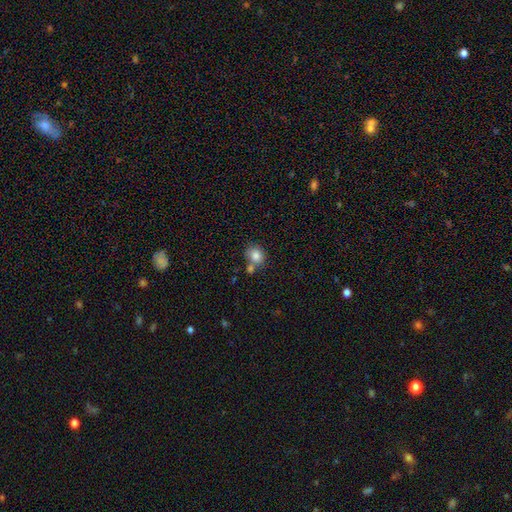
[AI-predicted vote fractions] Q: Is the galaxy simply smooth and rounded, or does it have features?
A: smooth — 82%.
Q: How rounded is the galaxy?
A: round — 72%.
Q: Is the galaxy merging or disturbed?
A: none — 56%.